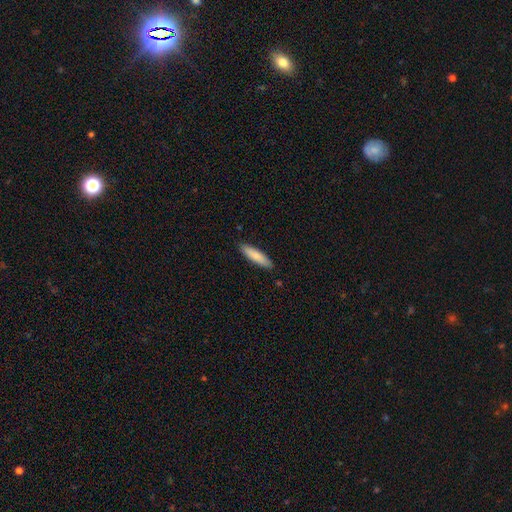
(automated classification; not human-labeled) smooth-or-featured: smooth: 84% | featured or disk: 11% | star or artifact: 5%
  how-rounded: cigar-shaped: 74% | in between: 25% | round: 1%
  merging: none: 89% | minor disturbance: 8% | major disturbance: 2% | merger: 1%